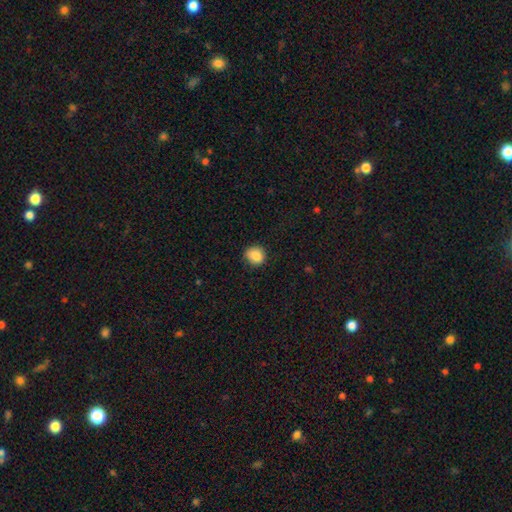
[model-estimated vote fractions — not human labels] Overall: smooth (86%). How rounded: round (79%). Merging: none (80%).